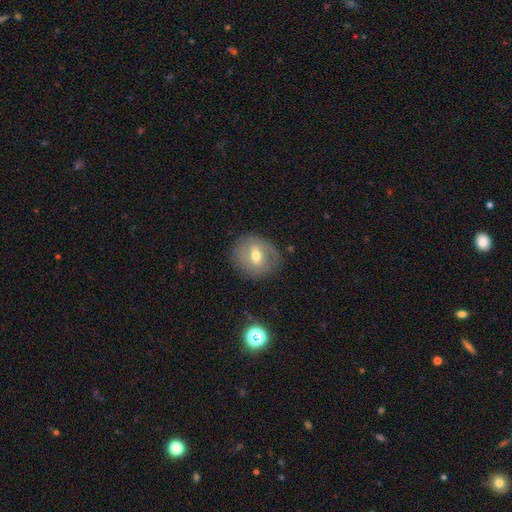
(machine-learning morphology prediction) A featured or disk galaxy (48%). Merging: none (77%).